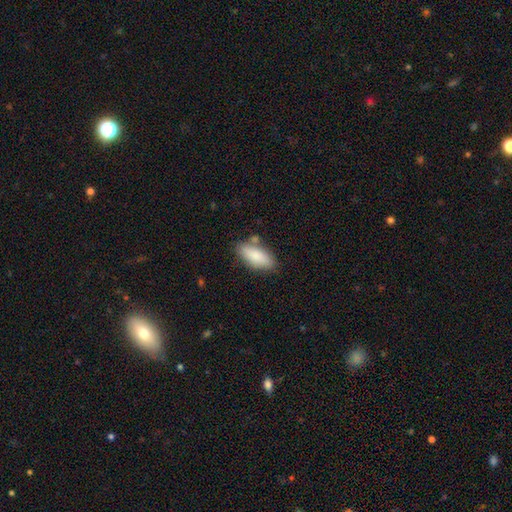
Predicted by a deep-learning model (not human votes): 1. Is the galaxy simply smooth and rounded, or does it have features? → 85% smooth, 9% featured or disk, 6% star or artifact.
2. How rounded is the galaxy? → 82% in between, 16% cigar-shaped, 2% round.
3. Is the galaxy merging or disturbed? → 73% none, 16% minor disturbance, 7% merger, 4% major disturbance.